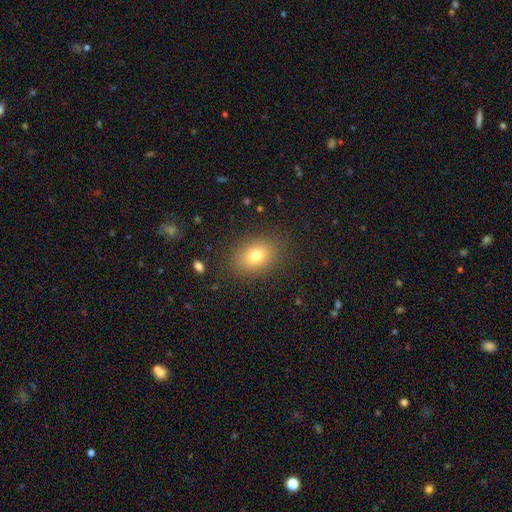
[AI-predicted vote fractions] smooth_or_featured: smooth (p=0.77) [alt: star or artifact p=0.11]
how_rounded: in between (p=0.75) [alt: round p=0.24]
merging: none (p=0.87) [alt: minor disturbance p=0.09]